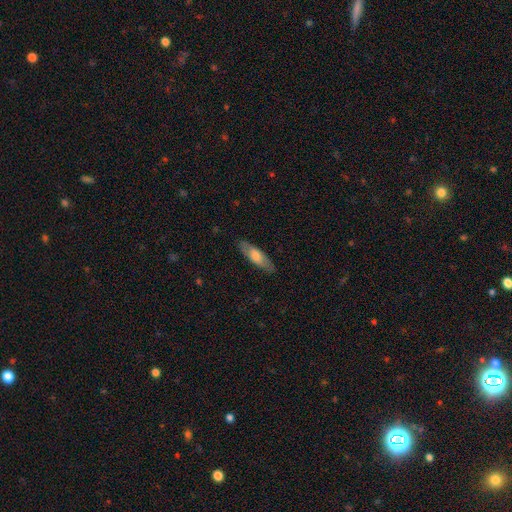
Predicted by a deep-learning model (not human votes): This appears to be a smooth galaxy with no disk features (62%) that is in between round and cigar-shaped (53%). Merging: none (85%).